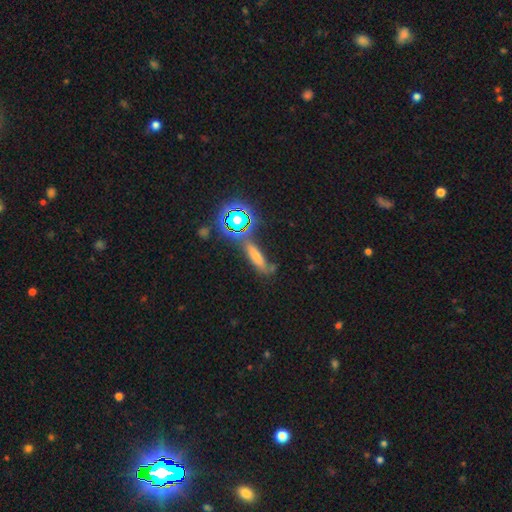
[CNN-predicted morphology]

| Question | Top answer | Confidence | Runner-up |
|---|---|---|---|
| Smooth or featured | smooth | 45% | star or artifact (32%) |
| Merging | none | 61% | minor disturbance (18%) |